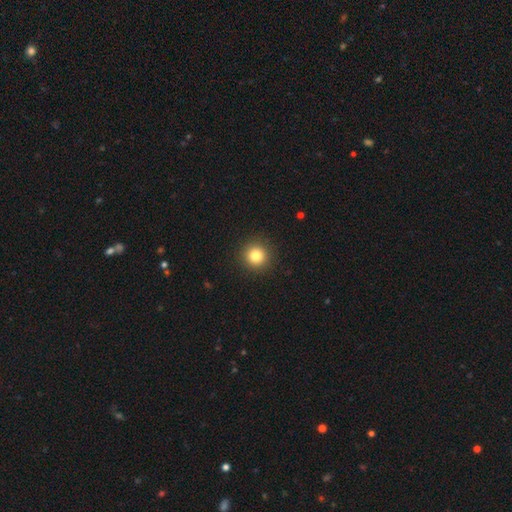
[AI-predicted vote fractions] This appears to be a smooth galaxy with no disk features (82%) that is round (95%). Merging: none (92%).